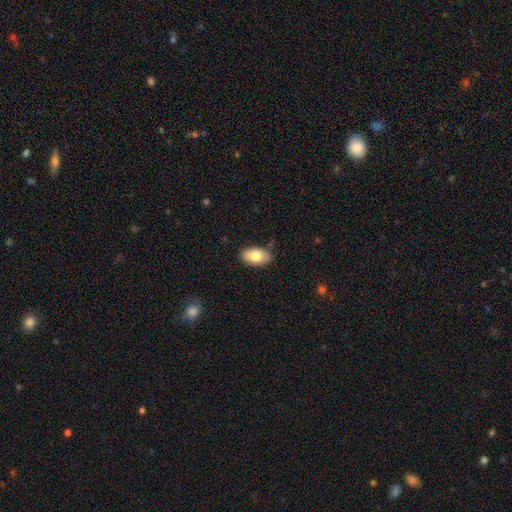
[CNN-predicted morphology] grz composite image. It shows a smooth galaxy with no disk features (79%) that is in between round and cigar-shaped (93%). Merging: none (83%).